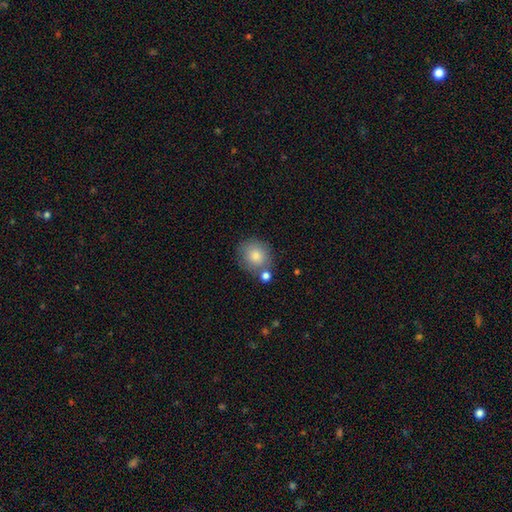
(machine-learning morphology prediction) Smooth or featured: smooth — 82% (featured or disk — 10%)
How rounded: round — 74% (in between — 25%)
Merging: none — 65% (merger — 15%)